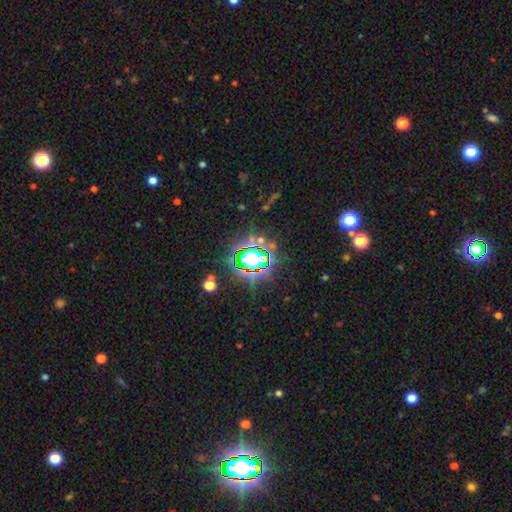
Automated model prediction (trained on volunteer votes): Smooth or featured? star or artifact (76%)